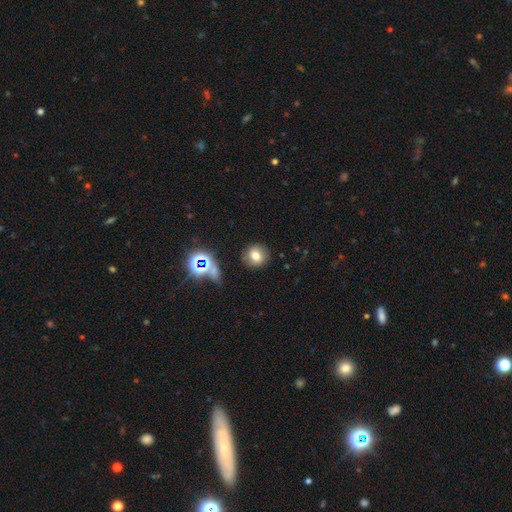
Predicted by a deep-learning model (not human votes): Smooth or featured? smooth (71%)
How rounded? round (79%)
Merging? none (84%)